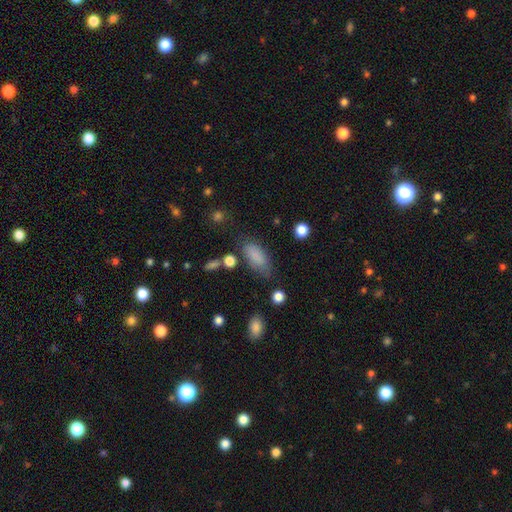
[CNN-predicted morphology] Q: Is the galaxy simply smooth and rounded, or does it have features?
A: smooth — 84%.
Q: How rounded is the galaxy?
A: in between — 83%.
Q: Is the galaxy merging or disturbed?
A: none — 67%.